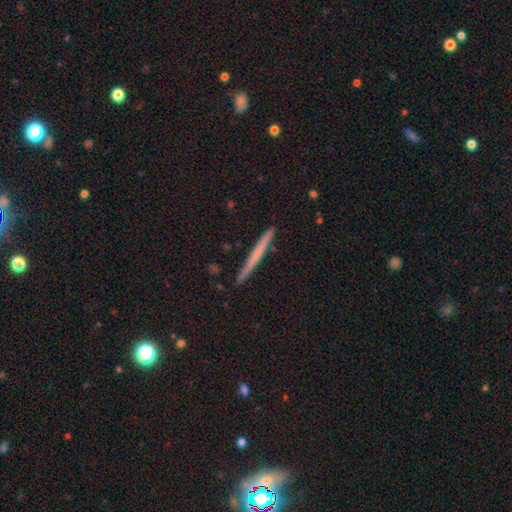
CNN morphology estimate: A smooth galaxy with no disk features (49%). Merging: none (90%).